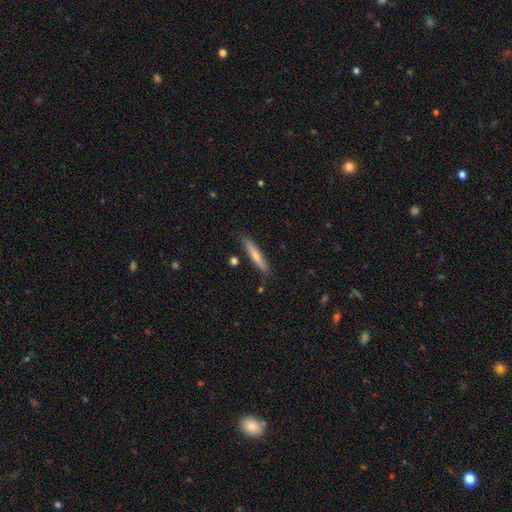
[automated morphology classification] type=smooth (64%); roundness=cigar-shaped (92%); merging=none (85%).